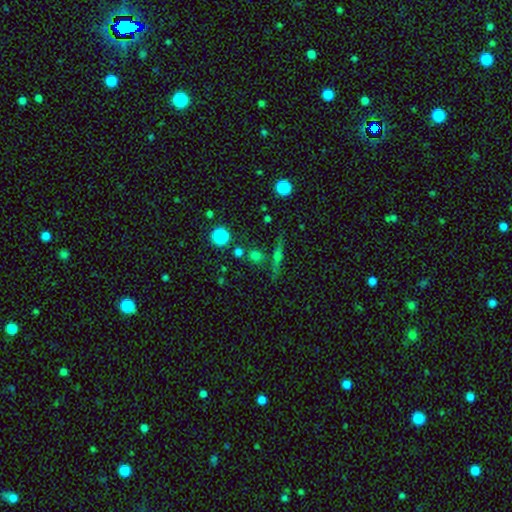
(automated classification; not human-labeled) smooth 44%, star or artifact 30%, featured or disk 26%. Down the decision tree: merging — none (75%).